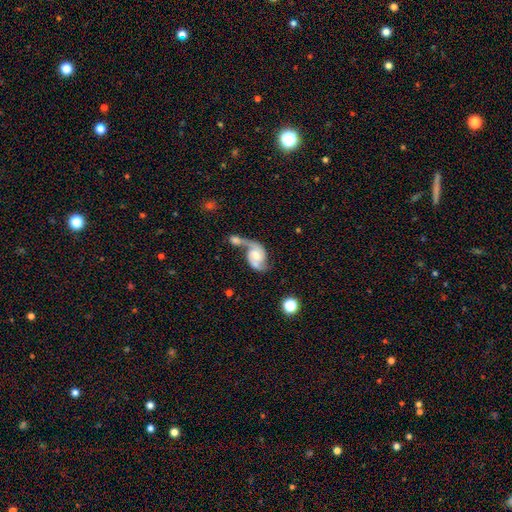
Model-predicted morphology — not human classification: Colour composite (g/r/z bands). It shows a featured or disk galaxy (82%) with no bar (55%), 2 (89%) loose (46%) spiral arms (94%) and a moderate central bulge (48%). Merging: merger (54%).